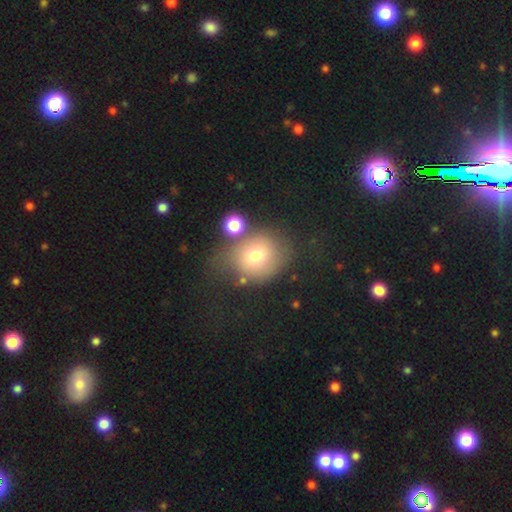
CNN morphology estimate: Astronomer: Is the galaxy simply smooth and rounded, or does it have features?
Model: smooth — 65%.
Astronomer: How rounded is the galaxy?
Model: round — 71%.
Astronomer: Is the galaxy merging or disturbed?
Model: none — 51%.